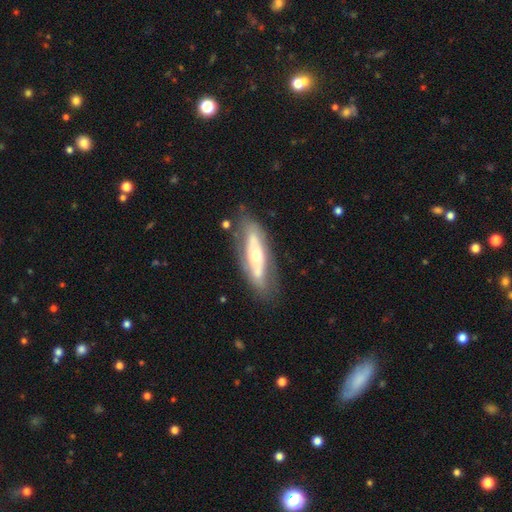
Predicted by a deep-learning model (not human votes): Smooth or featured: featured or disk — 64% (smooth — 31%)
Edge-on disk: no — 72% (yes — 28%)
Merging: none — 73% (minor disturbance — 17%)